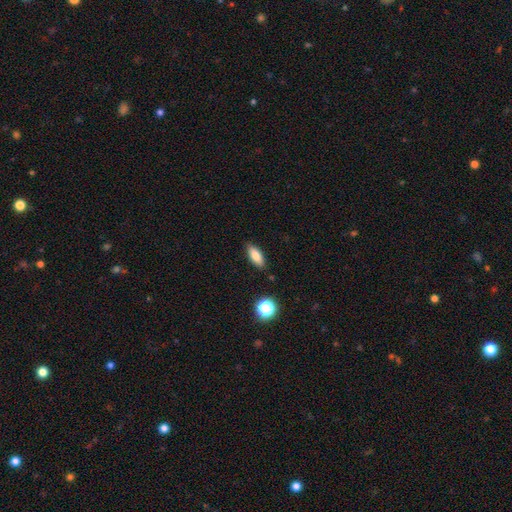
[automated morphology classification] smooth_or_featured: smooth (p=0.82) [alt: featured or disk p=0.09]
how_rounded: in between (p=0.78) [alt: cigar-shaped p=0.19]
merging: none (p=0.86) [alt: minor disturbance p=0.10]